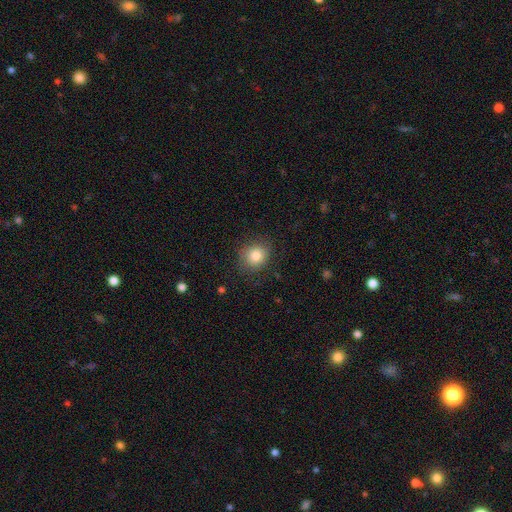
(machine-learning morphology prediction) Smooth or featured: smooth — 83% (star or artifact — 10%)
How rounded: round — 79% (in between — 20%)
Merging: none — 82% (minor disturbance — 13%)